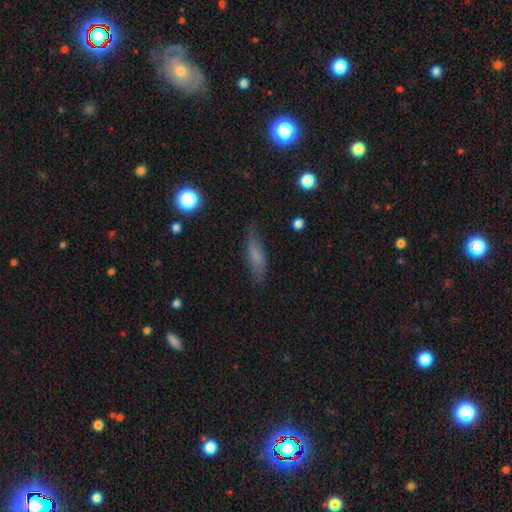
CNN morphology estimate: A smooth galaxy with no disk features (64%) that is cigar-shaped (57%). Merging: none (76%).